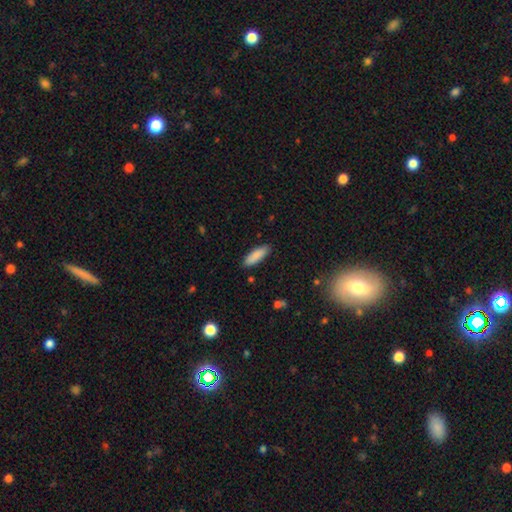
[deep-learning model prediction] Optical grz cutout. It shows a smooth galaxy with no disk features (88%) that is in between round and cigar-shaped (54%). Merging: none (88%).